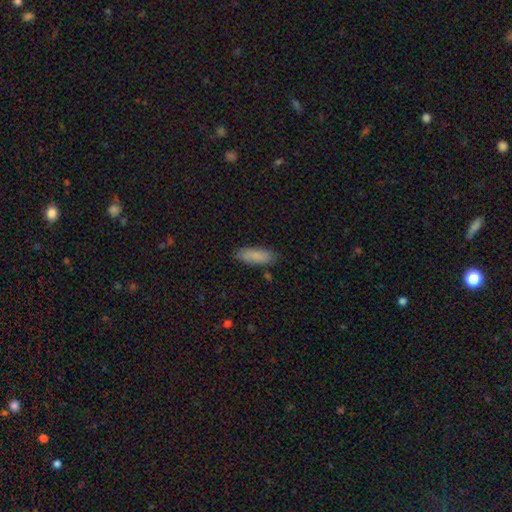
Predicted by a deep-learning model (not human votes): smooth_or_featured: smooth (p=0.85) [alt: featured or disk p=0.09]
how_rounded: in between (p=0.64) [alt: cigar-shaped p=0.34]
merging: none (p=0.83) [alt: minor disturbance p=0.13]